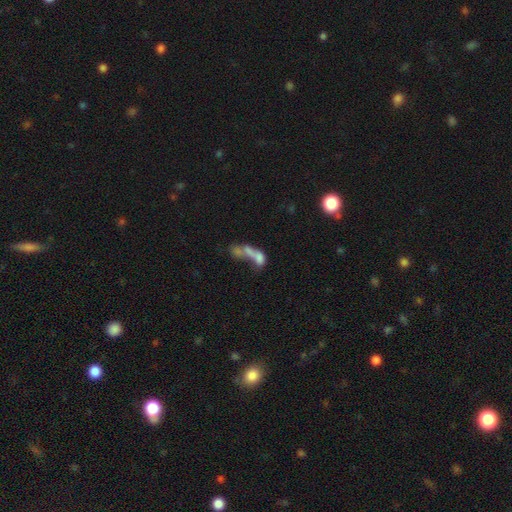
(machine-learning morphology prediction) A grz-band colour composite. It shows a smooth galaxy with no disk features (52%) that is in between round and cigar-shaped (66%). Merging: merger (62%).